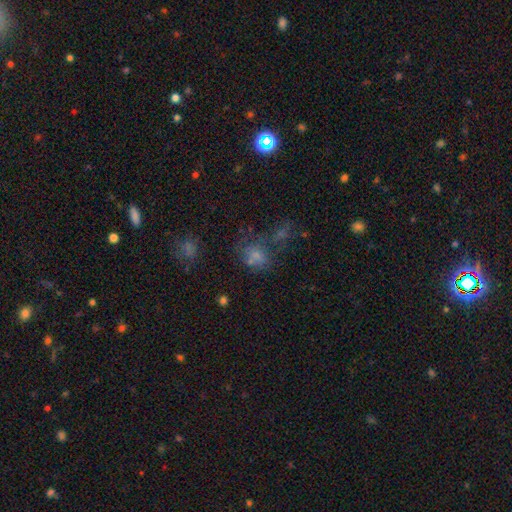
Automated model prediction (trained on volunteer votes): smooth-or-featured: smooth: 63% | star or artifact: 19% | featured or disk: 18%
  how-rounded: in between: 51% | round: 47% | cigar-shaped: 2%
  merging: none: 39% | merger: 25% | major disturbance: 19% | minor disturbance: 18%